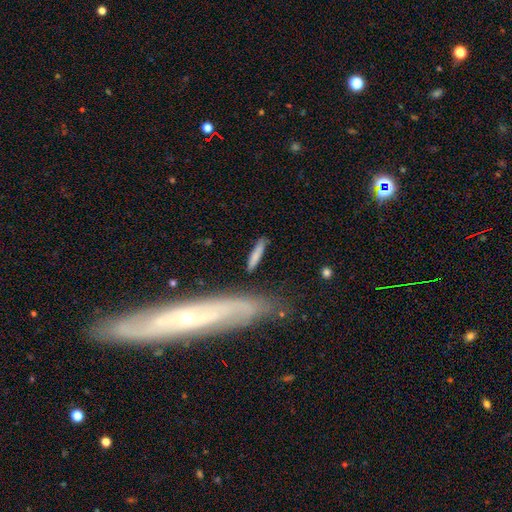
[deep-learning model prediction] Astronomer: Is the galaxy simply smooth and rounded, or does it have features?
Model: smooth — 75%.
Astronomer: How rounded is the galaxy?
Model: cigar-shaped — 84%.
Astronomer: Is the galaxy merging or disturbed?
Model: none — 78%.